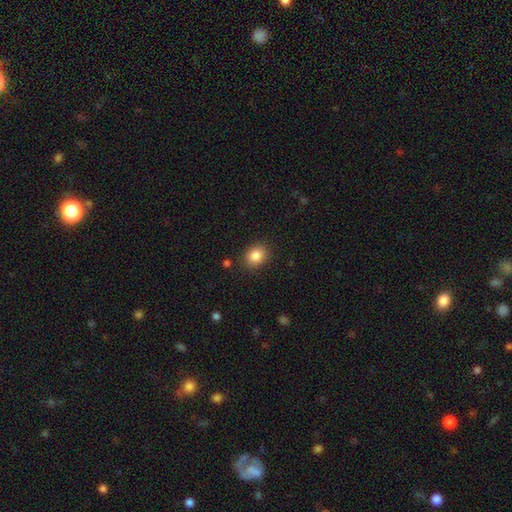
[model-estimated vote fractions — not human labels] Smooth or featured? Predicted: smooth (p=0.85). How rounded? Predicted: round (p=0.54). Merging? Predicted: none (p=0.88).